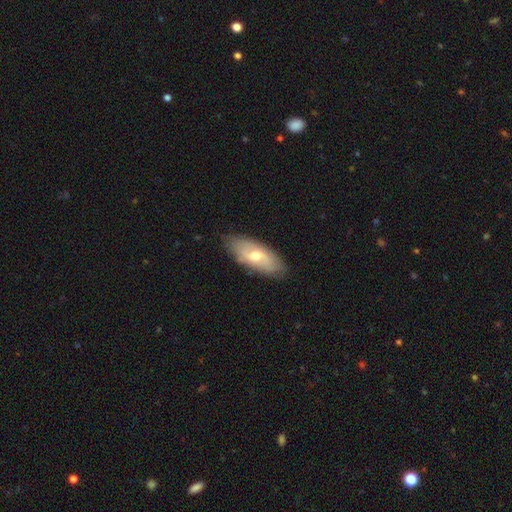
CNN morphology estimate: This appears to be a featured or disk galaxy (48%). Merging: none (81%).